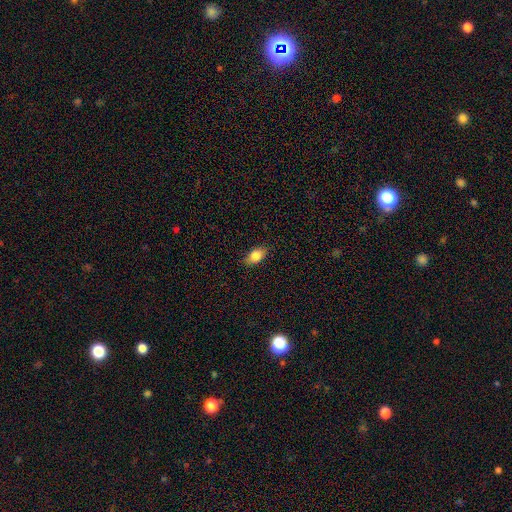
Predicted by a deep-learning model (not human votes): Smooth or featured: smooth — 84% (featured or disk — 8%)
How rounded: in between — 88% (round — 9%)
Merging: none — 86% (minor disturbance — 11%)